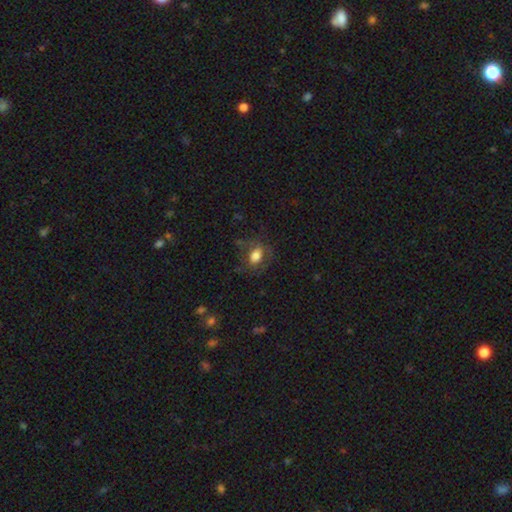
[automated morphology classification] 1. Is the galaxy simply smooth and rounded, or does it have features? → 68% smooth, 22% featured or disk, 10% star or artifact.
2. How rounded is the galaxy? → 78% in between, 19% round, 3% cigar-shaped.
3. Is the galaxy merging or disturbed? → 62% none, 21% minor disturbance, 15% major disturbance, 2% merger.